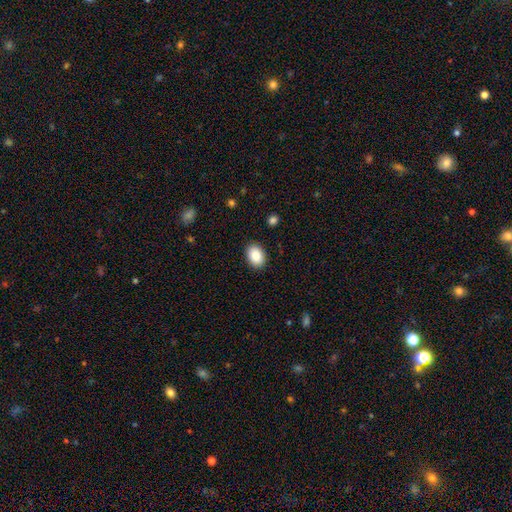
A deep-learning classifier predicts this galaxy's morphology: Q: Smooth or featured?
A: smooth (87%); runner-up: star or artifact (8%)
Q: How rounded?
A: in between (81%); runner-up: round (18%)
Q: Merging?
A: none (90%); runner-up: minor disturbance (7%)